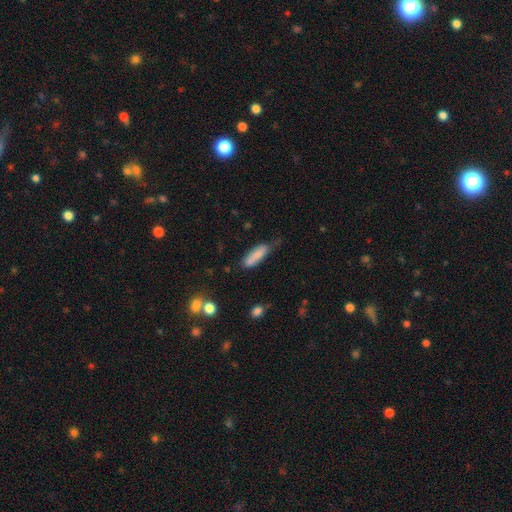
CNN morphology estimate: Smooth or featured? smooth (78%)
How rounded? cigar-shaped (54%)
Merging? none (54%)